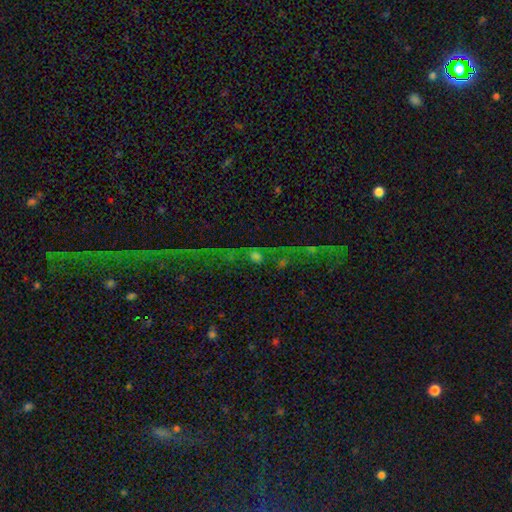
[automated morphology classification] smooth-or-featured: star or artifact: 80% | featured or disk: 10% | smooth: 9%